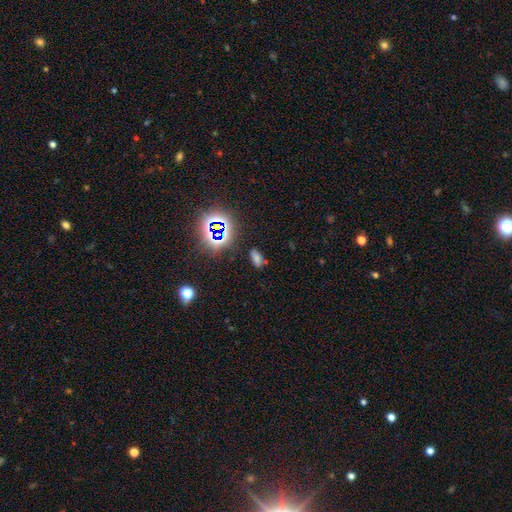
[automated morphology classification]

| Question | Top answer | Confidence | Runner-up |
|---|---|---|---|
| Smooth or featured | smooth | 53% | star or artifact (39%) |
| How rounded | in between | 81% | cigar-shaped (10%) |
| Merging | none | 80% | minor disturbance (12%) |